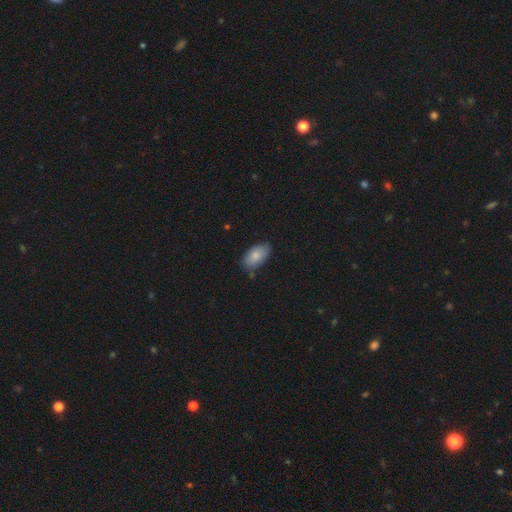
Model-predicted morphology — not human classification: type=smooth (83%); roundness=in between (94%); merging=none (75%).